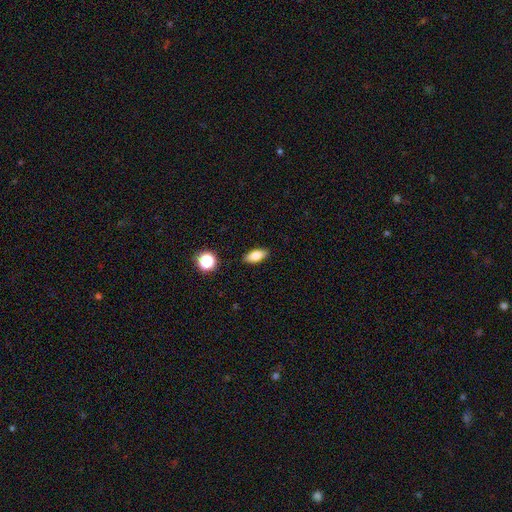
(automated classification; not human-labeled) This is clearly a smooth galaxy (81%). How rounded: clearly in between (82%). Merging: clearly none (88%).